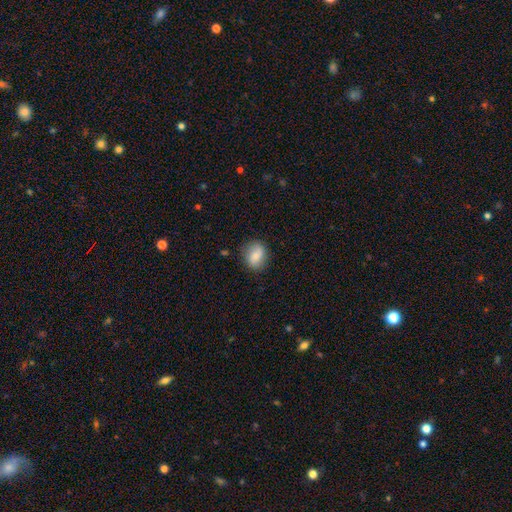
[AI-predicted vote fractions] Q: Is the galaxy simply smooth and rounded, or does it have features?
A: smooth — 75%.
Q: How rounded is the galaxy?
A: round — 53%.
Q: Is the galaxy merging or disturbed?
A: none — 79%.